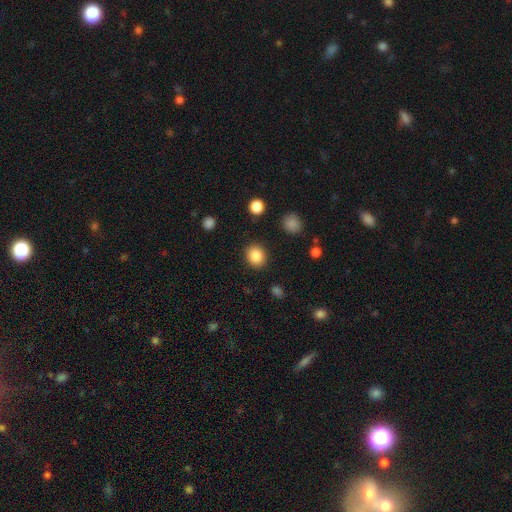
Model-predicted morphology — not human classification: type=smooth (87%); roundness=round (71%); merging=none (89%).